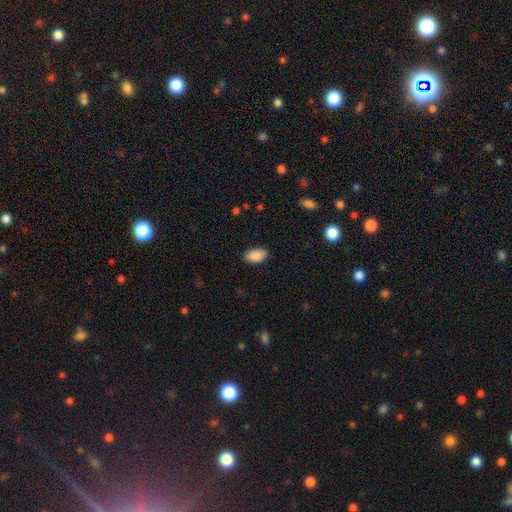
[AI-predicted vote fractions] smooth-or-featured: smooth: 88% | star or artifact: 7% | featured or disk: 6%
  how-rounded: in between: 93% | round: 6% | cigar-shaped: 2%
  merging: none: 84% | minor disturbance: 13% | major disturbance: 2% | merger: 1%